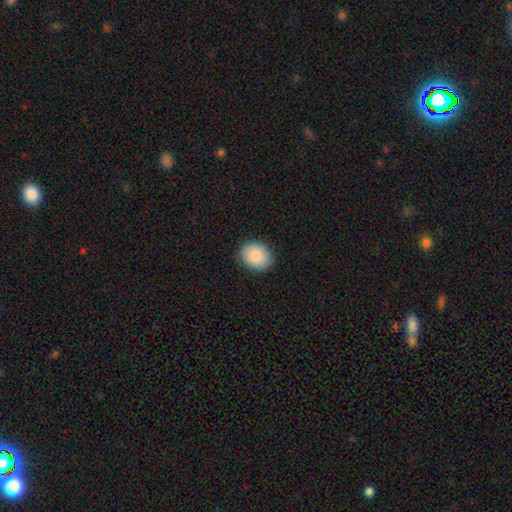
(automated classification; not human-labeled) Q: Smooth or featured?
A: smooth (87%); runner-up: star or artifact (7%)
Q: How rounded?
A: in between (51%); runner-up: round (48%)
Q: Merging?
A: none (86%); runner-up: minor disturbance (11%)